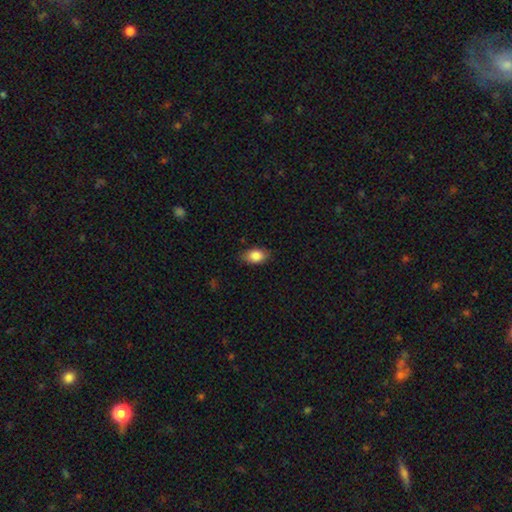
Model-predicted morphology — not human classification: This is clearly a smooth galaxy (86%). How rounded: clearly in between (86%). Merging: clearly none (80%).